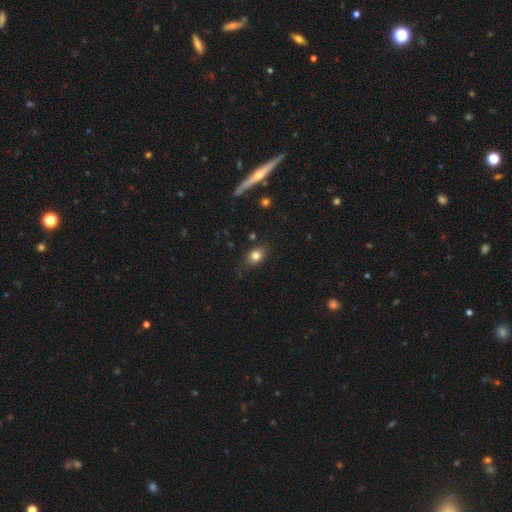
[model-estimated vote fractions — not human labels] smooth 80%, star or artifact 10%, featured or disk 10%. Down the decision tree: how rounded — in between (60%); merging — none (75%).